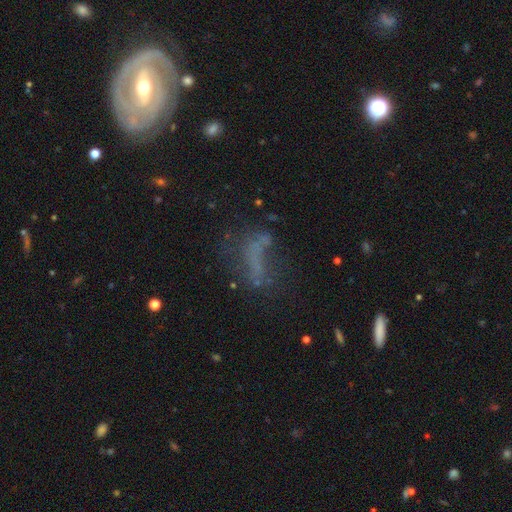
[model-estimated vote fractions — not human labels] Smooth or featured: featured or disk — 41% (smooth — 33%)
Merging: none — 40% (major disturbance — 34%)